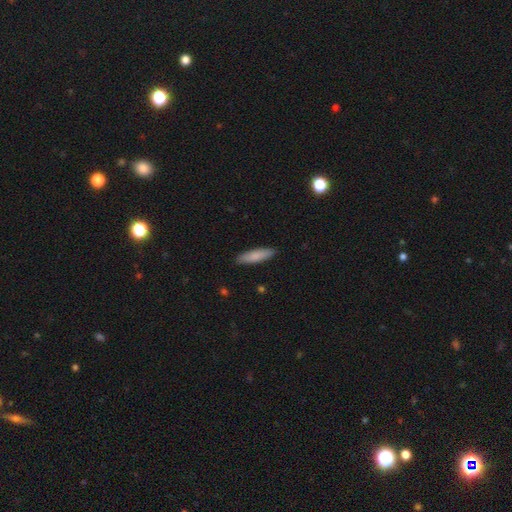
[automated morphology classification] Smooth or featured? smooth (82%)
How rounded? cigar-shaped (74%)
Merging? none (90%)